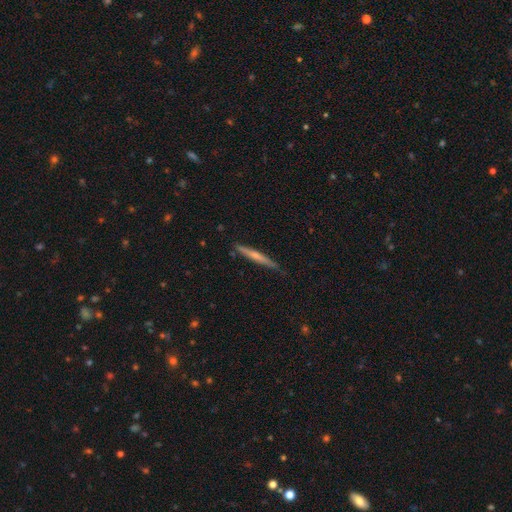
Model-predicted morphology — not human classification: featured or disk 50%, smooth 44%, star or artifact 6%. Down the decision tree: edge-on disk — yes (96%); merging — none (81%).